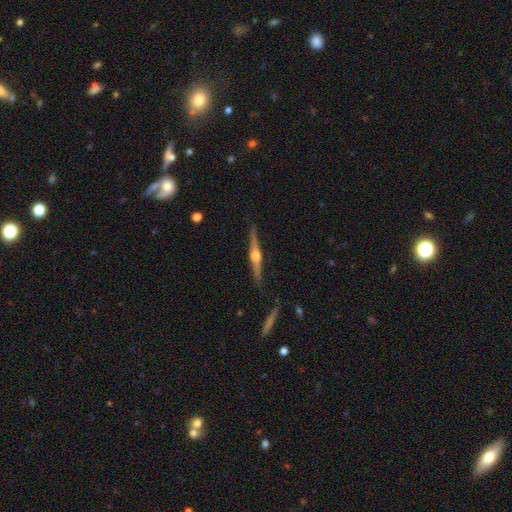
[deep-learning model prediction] Smooth or featured? featured or disk (82%)
Edge-on disk? yes (98%)
Edge-on bulge? rounded (94%)
Merging? none (89%)